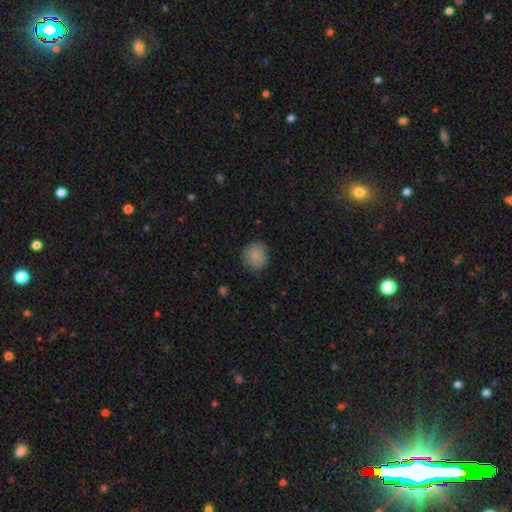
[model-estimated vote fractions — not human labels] The model was most divided on "merging": none: 84%, minor disturbance: 13%, major disturbance: 3%, merger: 1%. More confident: how rounded — round (88%); smooth or featured — smooth (86%).